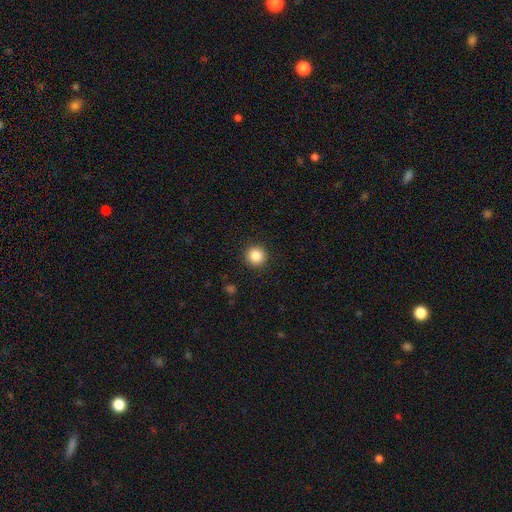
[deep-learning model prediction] The model was most divided on "smooth or featured": smooth: 87%, star or artifact: 10%, featured or disk: 3%. More confident: how rounded — round (95%); merging — none (92%).